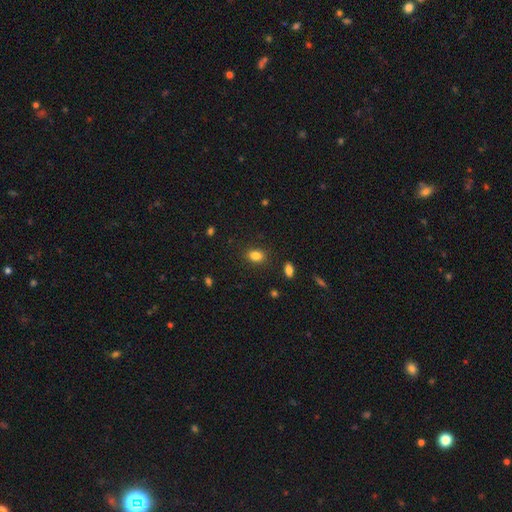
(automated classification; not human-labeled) A smooth galaxy with no disk features (83%) that is in between round and cigar-shaped (75%). Merging: none (86%).